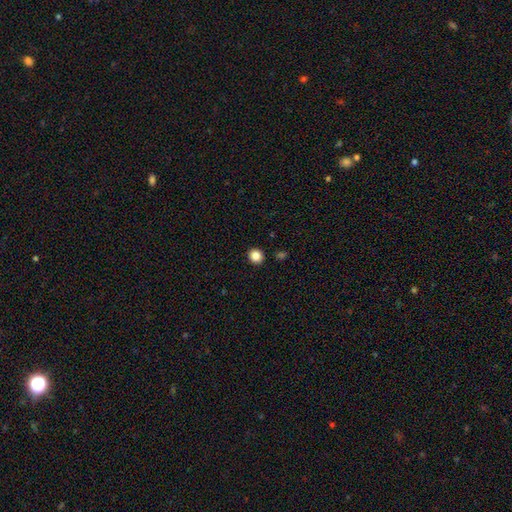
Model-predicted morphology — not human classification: A smooth galaxy with no disk features (85%) that is round (87%).

Vote fractions:
- Smooth or featured? smooth: 85% / star or artifact: 11% / featured or disk: 4%
- How rounded? round: 87% / in between: 12% / cigar-shaped: 1%
- Merging? none: 92% / minor disturbance: 5% / merger: 2% / major disturbance: 2%